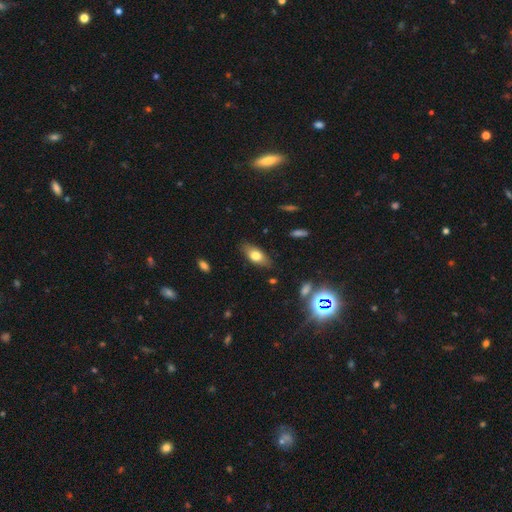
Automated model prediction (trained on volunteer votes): This is likely a smooth galaxy (71%). How rounded: clearly in between (83%). Merging: clearly none (83%).